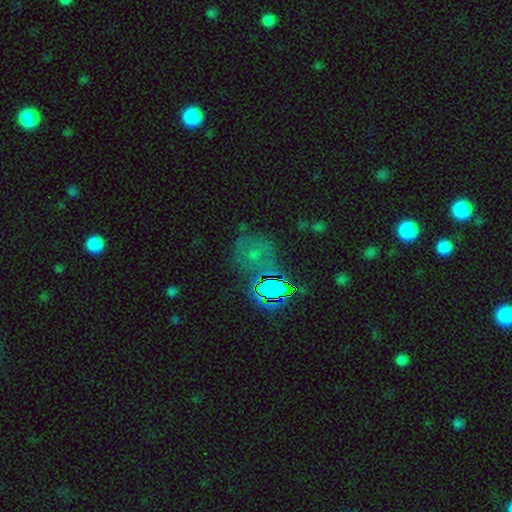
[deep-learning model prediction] Smooth or featured? star or artifact (58%)